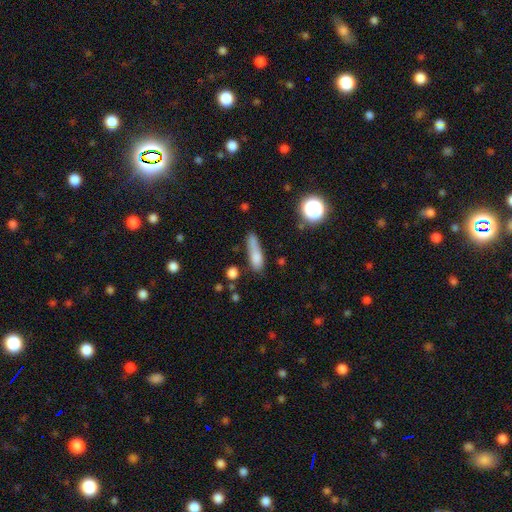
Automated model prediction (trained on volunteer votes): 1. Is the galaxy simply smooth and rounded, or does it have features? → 75% smooth, 15% featured or disk, 10% star or artifact.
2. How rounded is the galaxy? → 62% cigar-shaped, 34% in between, 4% round.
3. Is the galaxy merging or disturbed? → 42% none, 28% minor disturbance, 15% merger, 15% major disturbance.